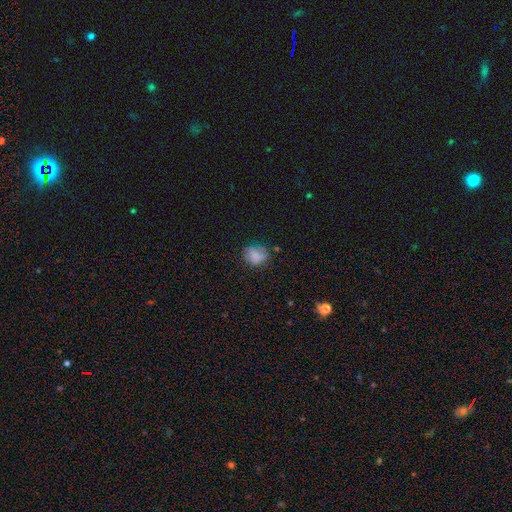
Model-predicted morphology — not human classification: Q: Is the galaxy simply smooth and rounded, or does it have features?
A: smooth — 80%.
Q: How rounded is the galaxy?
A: round — 57%.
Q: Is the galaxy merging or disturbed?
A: none — 65%.